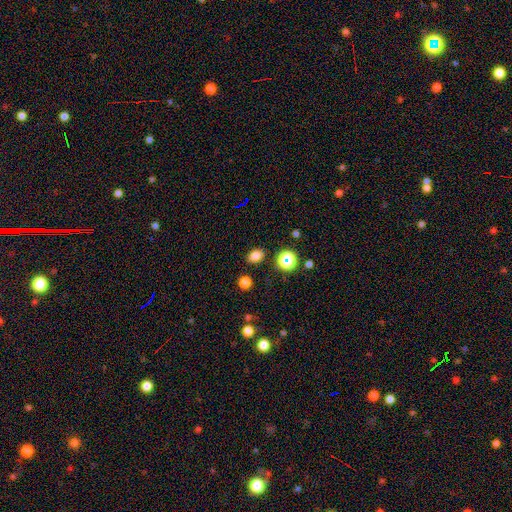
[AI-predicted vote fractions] A smooth galaxy with no disk features (79%) that is in between round and cigar-shaped (70%).

Vote fractions:
- Smooth or featured? smooth: 79% / star or artifact: 16% / featured or disk: 5%
- How rounded? in between: 70% / round: 28% / cigar-shaped: 1%
- Merging? none: 86% / minor disturbance: 9% / major disturbance: 3% / merger: 3%